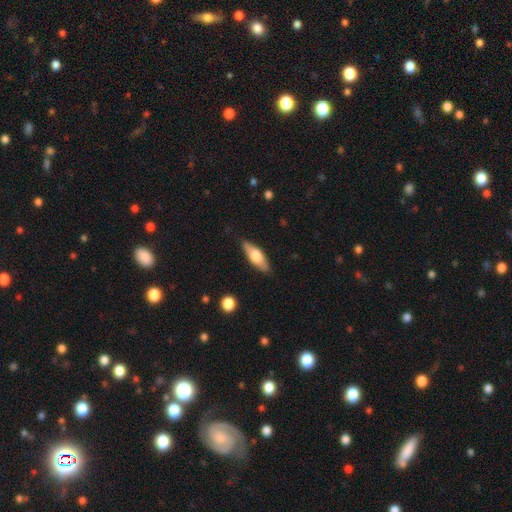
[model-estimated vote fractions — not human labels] smooth 58%, featured or disk 36%, star or artifact 6%. Down the decision tree: how rounded — in between (64%); merging — none (83%).